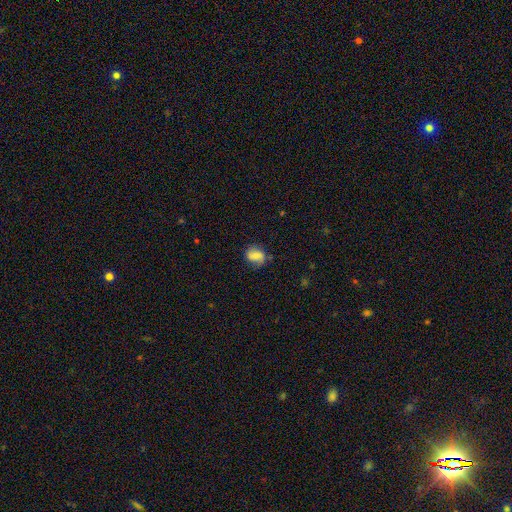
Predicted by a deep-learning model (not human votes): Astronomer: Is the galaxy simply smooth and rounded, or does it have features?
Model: smooth — 61%.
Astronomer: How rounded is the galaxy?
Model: in between — 50% (runner-up: round, 49%).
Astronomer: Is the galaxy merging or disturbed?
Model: none — 64%.